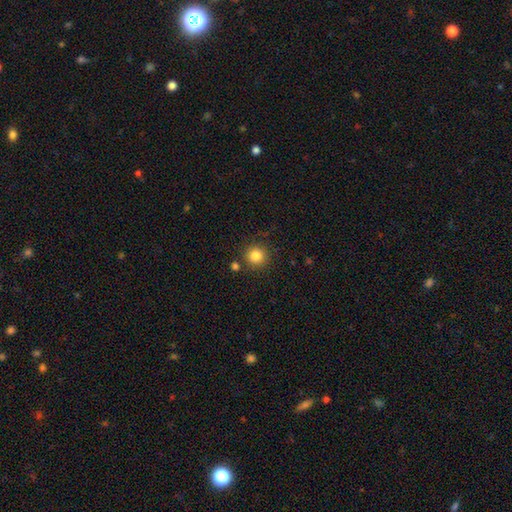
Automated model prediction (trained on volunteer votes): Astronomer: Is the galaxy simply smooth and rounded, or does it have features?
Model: smooth — 84%.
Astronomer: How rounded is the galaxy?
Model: round — 93%.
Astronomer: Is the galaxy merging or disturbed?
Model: none — 85%.